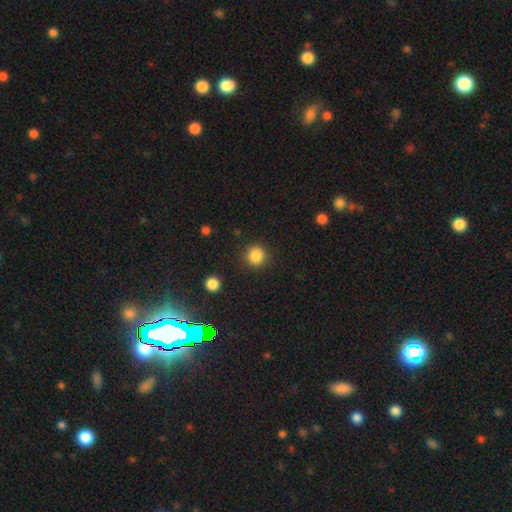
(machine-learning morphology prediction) Smooth or featured?
  - smooth: 86% *
  - star or artifact: 11%
  - featured or disk: 3%
How rounded?
  - round: 91% *
  - in between: 8%
  - cigar-shaped: 1%
Merging?
  - none: 89% *
  - minor disturbance: 7%
  - major disturbance: 3%
  - merger: 1%